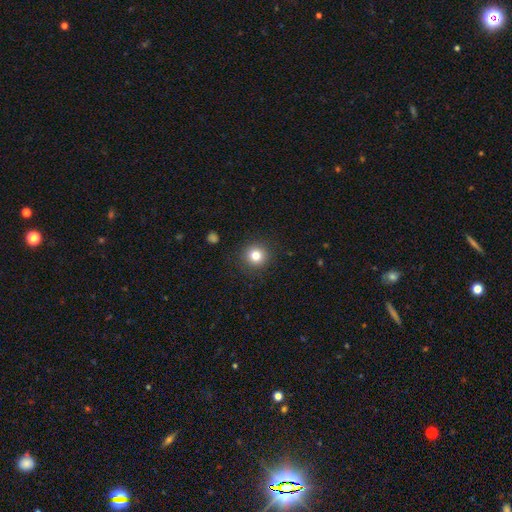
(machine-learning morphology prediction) This appears to be a smooth galaxy with no disk features (81%) that is round (94%). Merging: none (91%).